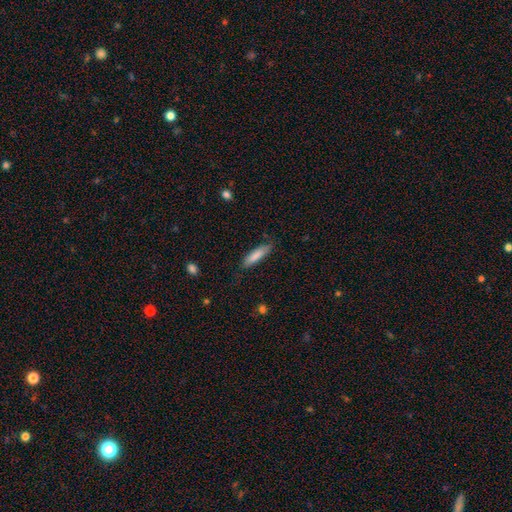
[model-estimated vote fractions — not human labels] Smooth or featured? Predicted: smooth (p=0.82). How rounded? Predicted: cigar-shaped (p=0.73). Merging? Predicted: none (p=0.78).